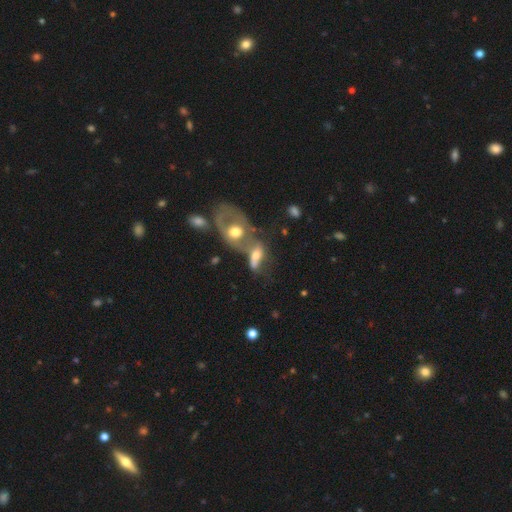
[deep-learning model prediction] The model was most divided on "smooth or featured": featured or disk: 45%, smooth: 44%, star or artifact: 11%. More confident: merging — merger (64%).